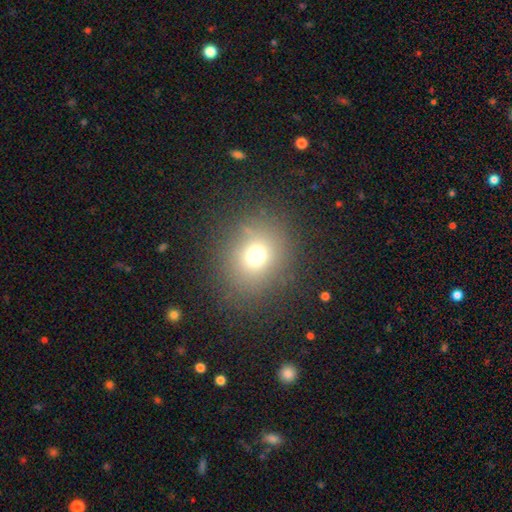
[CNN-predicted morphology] Q: Smooth or featured?
A: smooth (67%); runner-up: star or artifact (23%)
Q: How rounded?
A: round (79%); runner-up: in between (20%)
Q: Merging?
A: none (83%); runner-up: minor disturbance (9%)